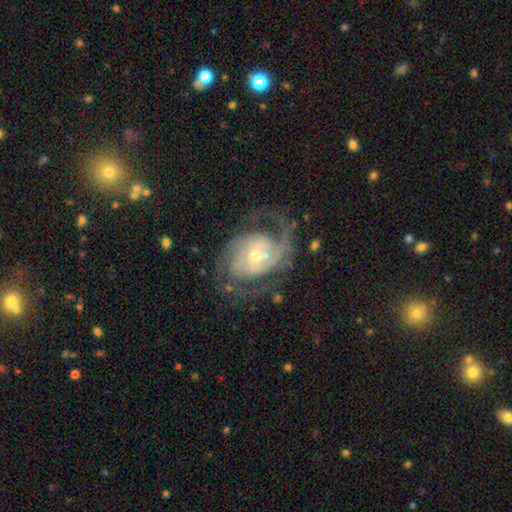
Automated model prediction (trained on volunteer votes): featured or disk 90%, smooth 5%, star or artifact 5%. Down the decision tree: edge-on disk — no (97%); bar — no (53%); spiral arms — yes (97%); spiral arm count — 2 (71%); spiral winding — medium (48%); bulge size — small (49%); merging — none (67%).